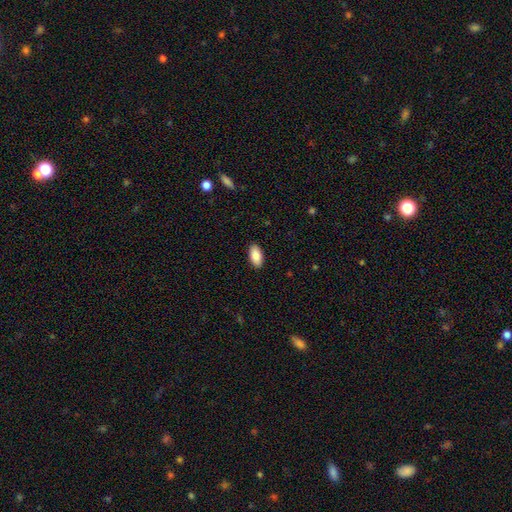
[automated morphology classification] The model was most divided on "smooth or featured": smooth: 87%, star or artifact: 6%, featured or disk: 6%. More confident: how rounded — in between (94%); merging — none (90%).